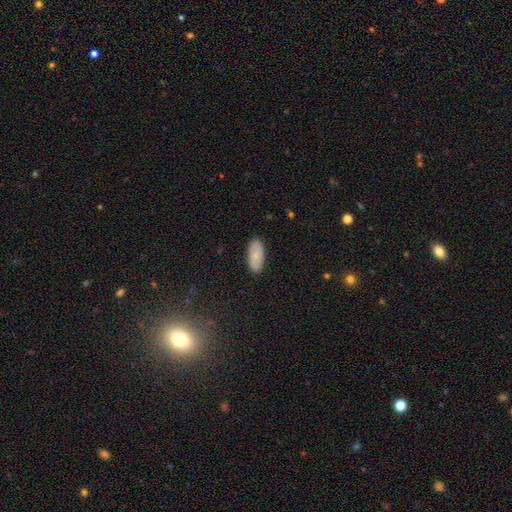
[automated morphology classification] Smooth or featured?
  - smooth: 75% *
  - featured or disk: 18%
  - star or artifact: 7%
How rounded?
  - in between: 90% *
  - cigar-shaped: 7%
  - round: 2%
Merging?
  - none: 87% *
  - minor disturbance: 10%
  - major disturbance: 2%
  - merger: 1%